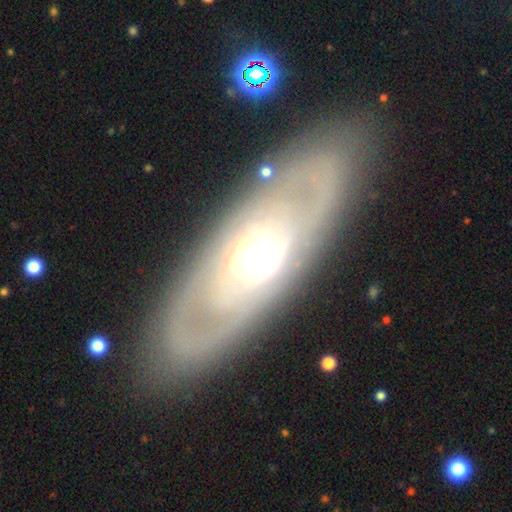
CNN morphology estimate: The model was most divided on "spiral arms": no: 53%, yes: 47%. More confident: merging — none (78%); edge-on disk — no (75%); smooth or featured — featured or disk (74%); bar — no (73%); bulge size — moderate (58%).